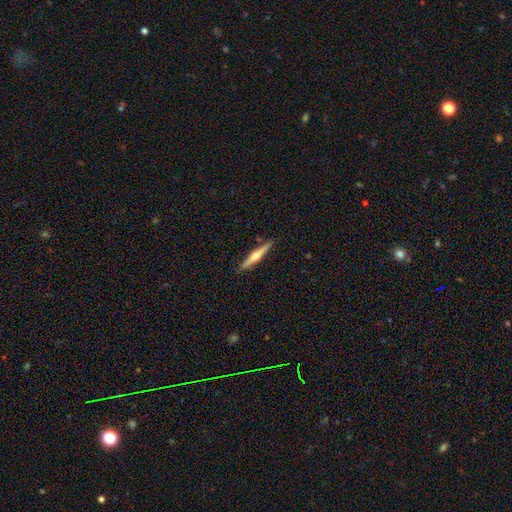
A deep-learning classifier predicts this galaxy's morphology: This appears to be a featured or disk galaxy (58%) viewed edge-on (97%) with a rounded central bulge (82%). Merging: none (89%).